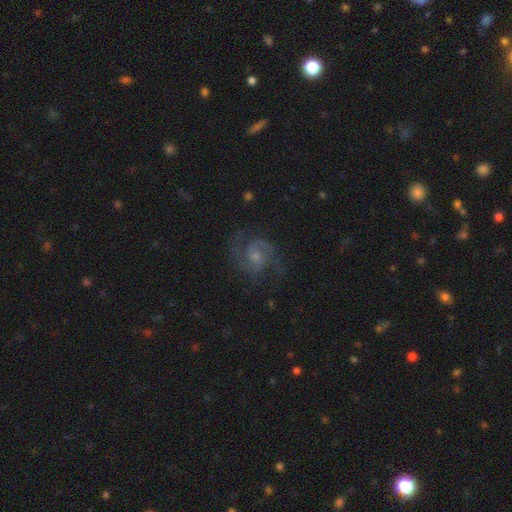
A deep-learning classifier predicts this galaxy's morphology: Smooth or featured?
  - featured or disk: 82% *
  - smooth: 10%
  - star or artifact: 8%
Edge-on disk?
  - no: 98% *
  - yes: 2%
Bar?
  - no: 60% *
  - weak: 35%
  - strong: 5%
Spiral arms?
  - yes: 96% *
  - no: 4%
Spiral winding?
  - medium: 55% *
  - tight: 26%
  - loose: 19%
Spiral arm count?
  - 2: 78% *
  - can't tell: 8%
  - 3: 7%
  - 1: 4%
  - 4: 2%
  - more than 4: 2%
Bulge size?
  - small: 49% *
  - moderate: 35%
  - none: 11%
  - large: 4%
  - dominant: 1%
Merging?
  - none: 68% *
  - minor disturbance: 17%
  - major disturbance: 13%
  - merger: 1%